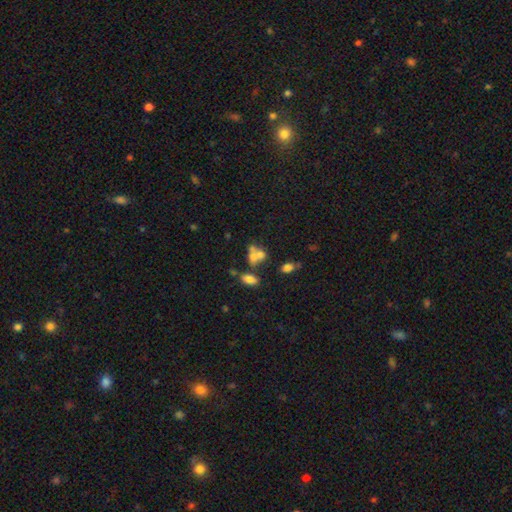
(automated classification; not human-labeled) Smooth or featured?
  - smooth: 60% *
  - featured or disk: 25%
  - star or artifact: 15%
How rounded?
  - in between: 62% *
  - round: 35%
  - cigar-shaped: 2%
Merging?
  - merger: 55% *
  - none: 27%
  - minor disturbance: 10%
  - major disturbance: 7%